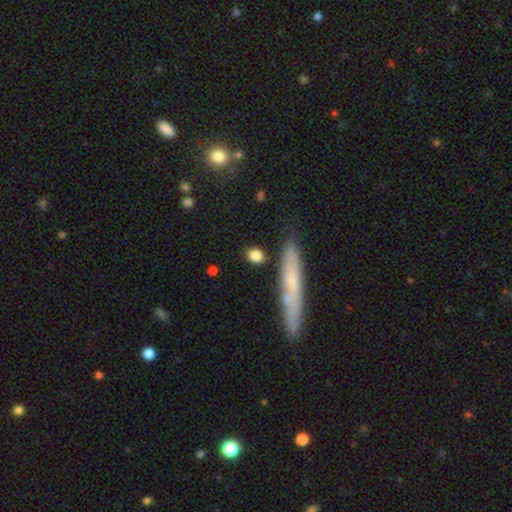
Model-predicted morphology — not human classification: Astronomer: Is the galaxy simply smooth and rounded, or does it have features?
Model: smooth — 83%.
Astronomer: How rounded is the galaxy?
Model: in between — 53% (runner-up: round, 36%).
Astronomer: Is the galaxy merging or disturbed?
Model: none — 83%.